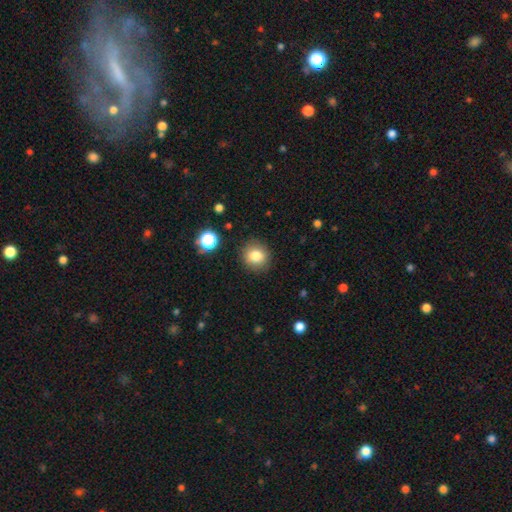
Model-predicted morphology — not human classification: Q: Smooth or featured?
A: smooth (81%); runner-up: star or artifact (12%)
Q: How rounded?
A: round (84%); runner-up: in between (15%)
Q: Merging?
A: none (87%); runner-up: minor disturbance (8%)